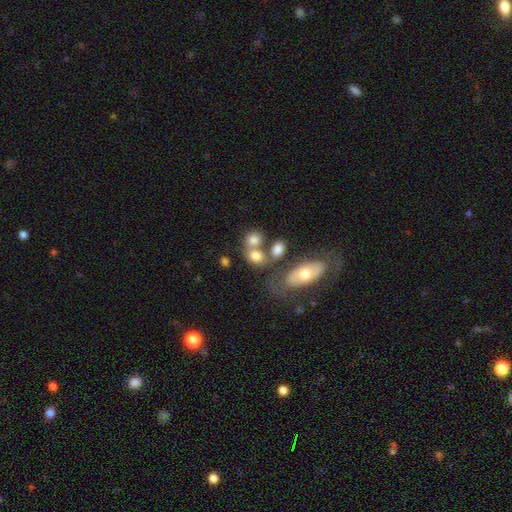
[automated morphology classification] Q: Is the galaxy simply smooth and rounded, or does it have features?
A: smooth — 72%.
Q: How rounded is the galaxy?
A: in between — 54%.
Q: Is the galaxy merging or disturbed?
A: merger — 42%.